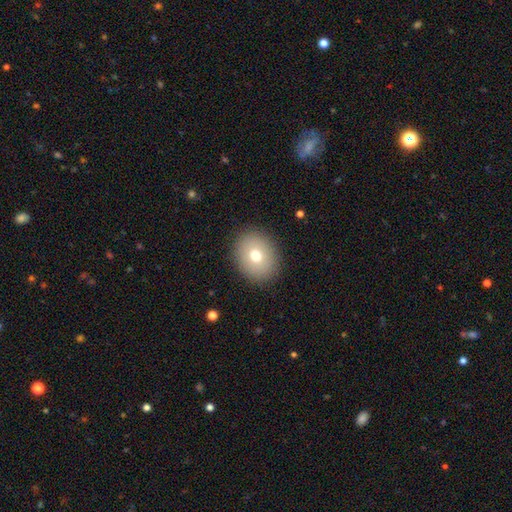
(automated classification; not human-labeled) Q: Smooth or featured?
A: smooth (73%); runner-up: featured or disk (16%)
Q: How rounded?
A: round (60%); runner-up: in between (40%)
Q: Merging?
A: none (89%); runner-up: minor disturbance (7%)